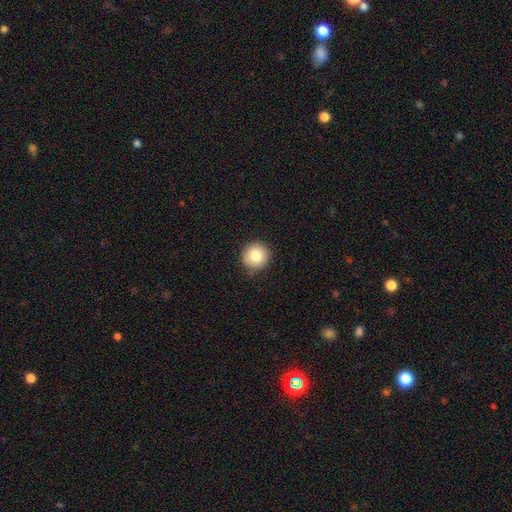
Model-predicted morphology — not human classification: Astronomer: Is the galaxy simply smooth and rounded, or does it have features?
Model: smooth — 83%.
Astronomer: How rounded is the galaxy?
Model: round — 95%.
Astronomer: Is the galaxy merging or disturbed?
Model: none — 88%.